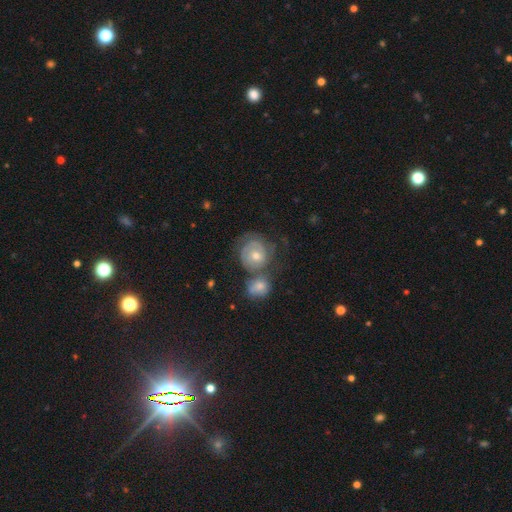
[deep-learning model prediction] smooth-or-featured: featured or disk: 50% | star or artifact: 28% | smooth: 23%
  merging: none: 59% | merger: 24% | minor disturbance: 12% | major disturbance: 5%